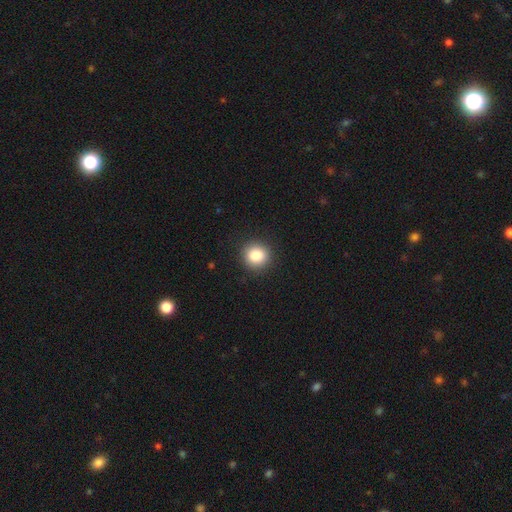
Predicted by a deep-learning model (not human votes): A smooth galaxy with no disk features (85%) that is round (88%). Merging: none (91%).